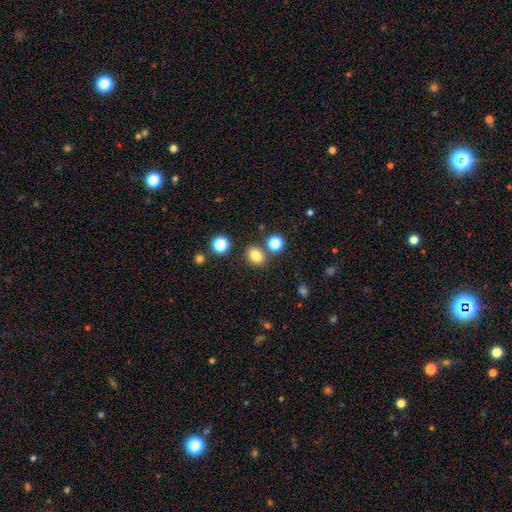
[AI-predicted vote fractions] Morphology: type=smooth (80%); roundness=round (53%); merging=none (79%).